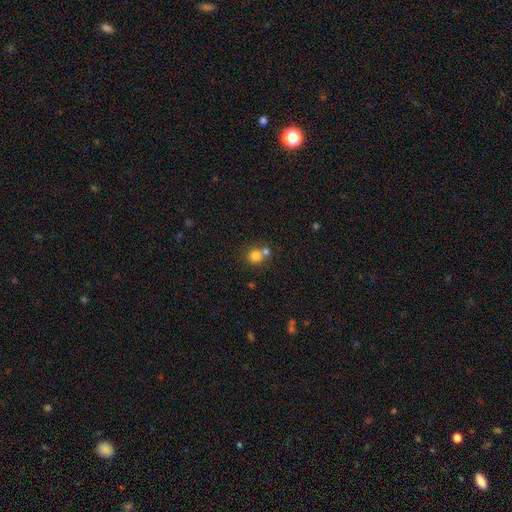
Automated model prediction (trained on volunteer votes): A smooth galaxy with no disk features (79%) that is round (89%).

Vote fractions:
- Smooth or featured? smooth: 79% / star or artifact: 12% / featured or disk: 8%
- How rounded? round: 89% / in between: 10% / cigar-shaped: 1%
- Merging? none: 53% / merger: 38% / minor disturbance: 7% / major disturbance: 3%